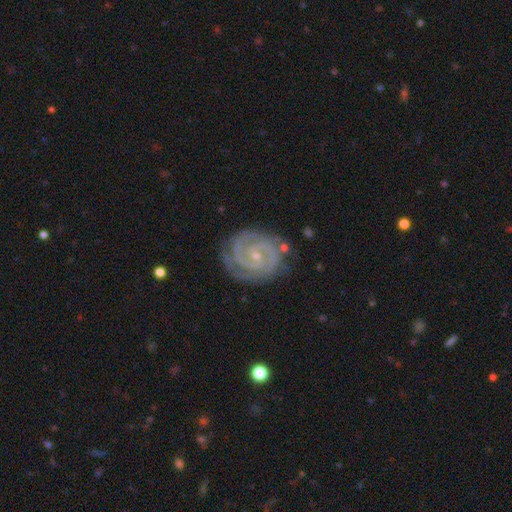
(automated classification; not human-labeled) A featured or disk galaxy (91%) with no bar (61%), 2 (66%) tight (80%) spiral arms (99%) and a small central bulge (83%).

Vote fractions:
- Smooth or featured? featured or disk: 91% / star or artifact: 5% / smooth: 4%
- Edge-on disk? no: 98% / yes: 2%
- Bar? no: 61% / weak: 29% / strong: 10%
- Spiral arms? yes: 99% / no: 1%
- Spiral winding? tight: 80% / medium: 18% / loose: 2%
- Spiral arm count? 2: 66% / 3: 17% / can't tell: 6% / 4: 5% / more than 4: 3% / 1: 3%
- Bulge size? small: 83% / moderate: 13% / none: 2% / large: 1% / dominant: 1%
- Merging? none: 79% / minor disturbance: 15% / major disturbance: 4% / merger: 2%